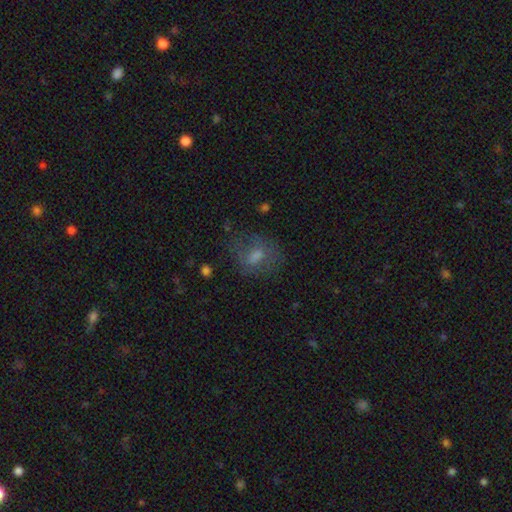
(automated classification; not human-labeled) A smooth galaxy with no disk features (48%). Merging: none (64%).